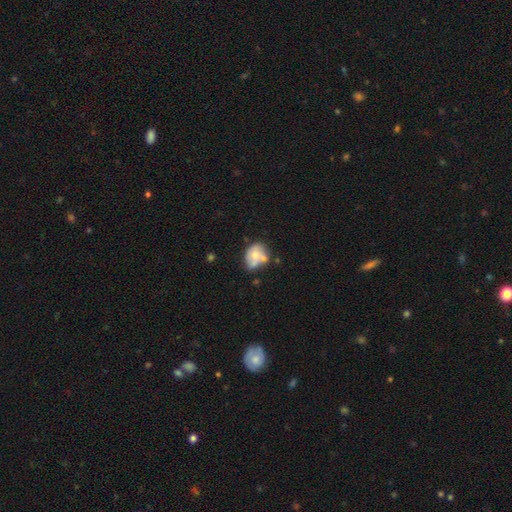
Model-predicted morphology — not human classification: This appears to be a smooth galaxy with no disk features (50%) that is in between round and cigar-shaped (59%). Merging: none (34%).